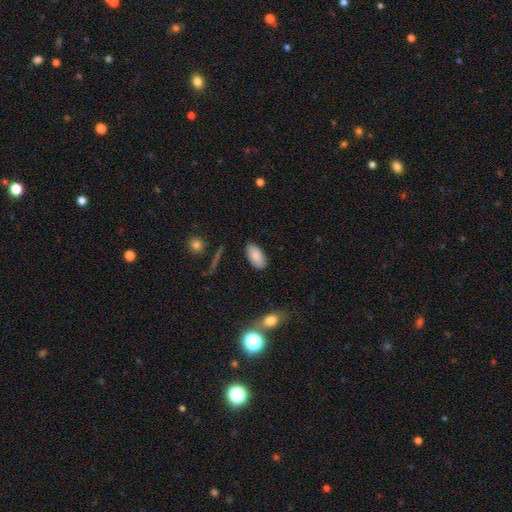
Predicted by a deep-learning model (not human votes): Overall: smooth (84%). How rounded: in between (94%). Merging: none (85%).